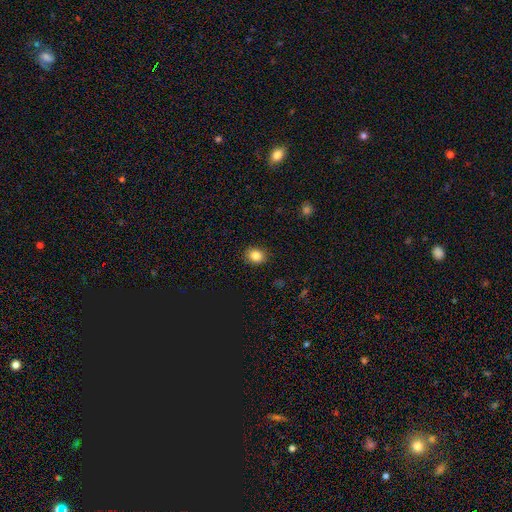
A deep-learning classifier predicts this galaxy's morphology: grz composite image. It shows a smooth galaxy with no disk features (84%) that is round (57%). Merging: none (89%).